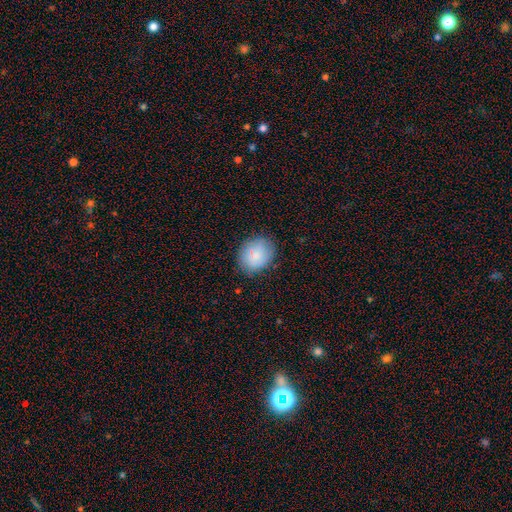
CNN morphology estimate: This appears to be a smooth galaxy with no disk features (82%) that is round (57%). Merging: none (79%).